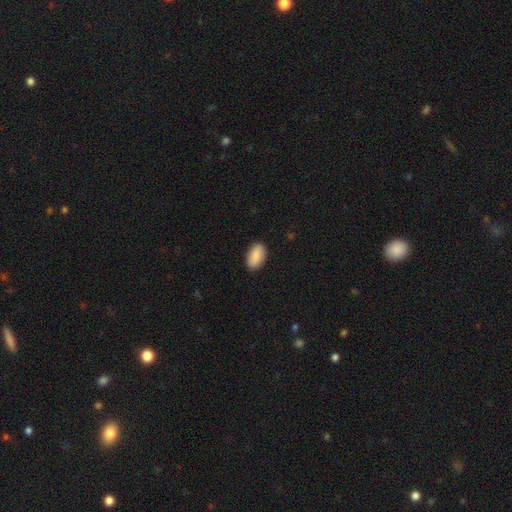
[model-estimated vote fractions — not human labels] smooth-or-featured: smooth: 89% | star or artifact: 6% | featured or disk: 5%
  how-rounded: in between: 94% | cigar-shaped: 3% | round: 3%
  merging: none: 88% | minor disturbance: 9% | major disturbance: 2% | merger: 1%